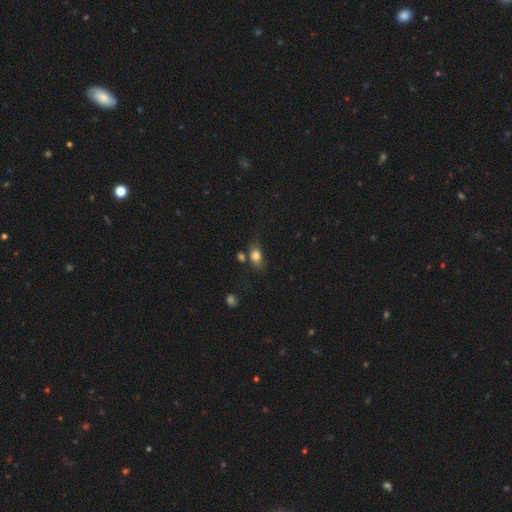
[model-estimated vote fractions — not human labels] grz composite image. It shows a smooth galaxy with no disk features (81%) that is in between round and cigar-shaped (76%). Merging: none (56%).